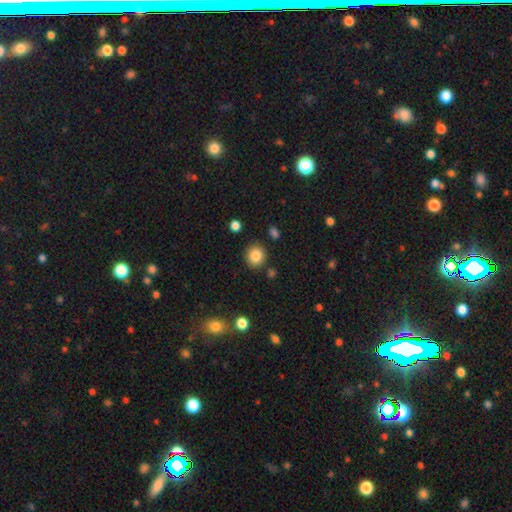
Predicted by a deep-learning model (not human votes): This is clearly a smooth galaxy (85%). How rounded: clearly round (82%). Merging: clearly none (85%).